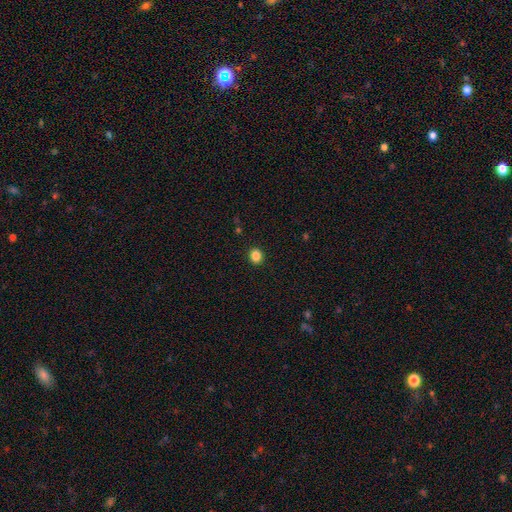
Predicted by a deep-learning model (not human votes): Smooth or featured?
  - smooth: 85% *
  - star or artifact: 11%
  - featured or disk: 4%
How rounded?
  - round: 74% *
  - in between: 26%
  - cigar-shaped: 1%
Merging?
  - none: 92% *
  - minor disturbance: 6%
  - major disturbance: 2%
  - merger: 1%